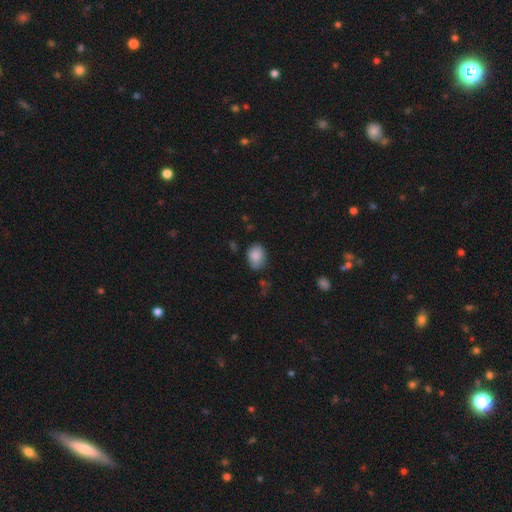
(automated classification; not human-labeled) Smooth or featured?
  - smooth: 86% *
  - star or artifact: 8%
  - featured or disk: 6%
How rounded?
  - in between: 68% *
  - round: 31%
  - cigar-shaped: 1%
Merging?
  - none: 70% *
  - minor disturbance: 23%
  - major disturbance: 5%
  - merger: 3%